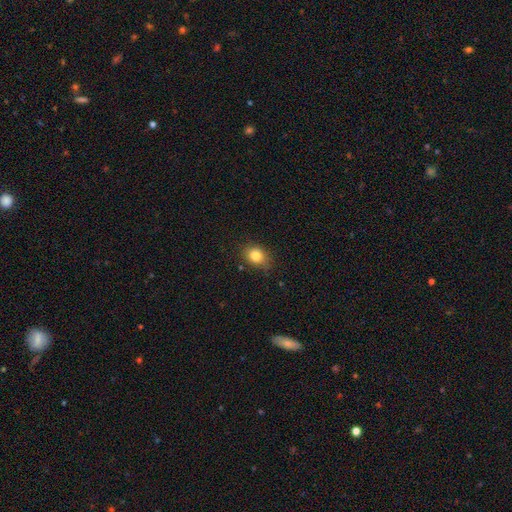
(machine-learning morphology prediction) This appears to be a smooth galaxy with no disk features (83%) that is in between round and cigar-shaped (50%). Merging: none (76%).